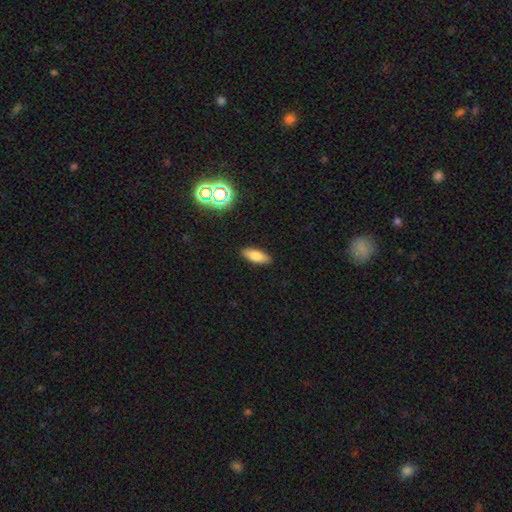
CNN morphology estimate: Smooth or featured? smooth (79%)
How rounded? in between (73%)
Merging? none (89%)